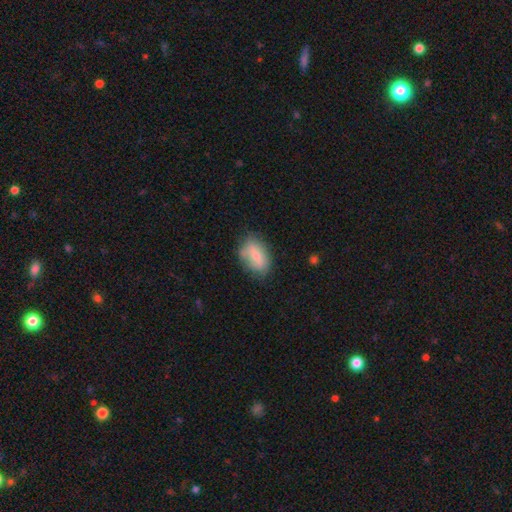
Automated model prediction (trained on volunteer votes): Smooth or featured?
  - smooth: 66% *
  - featured or disk: 26%
  - star or artifact: 8%
How rounded?
  - in between: 85% *
  - round: 12%
  - cigar-shaped: 3%
Merging?
  - none: 67% *
  - minor disturbance: 24%
  - major disturbance: 6%
  - merger: 3%